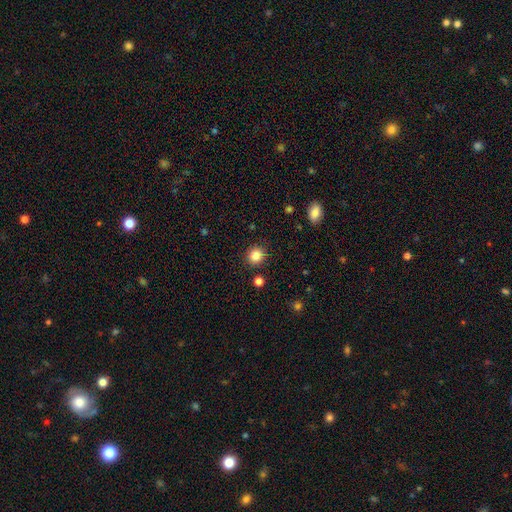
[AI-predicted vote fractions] Overall: smooth (85%). How rounded: round (84%). Merging: none (88%).